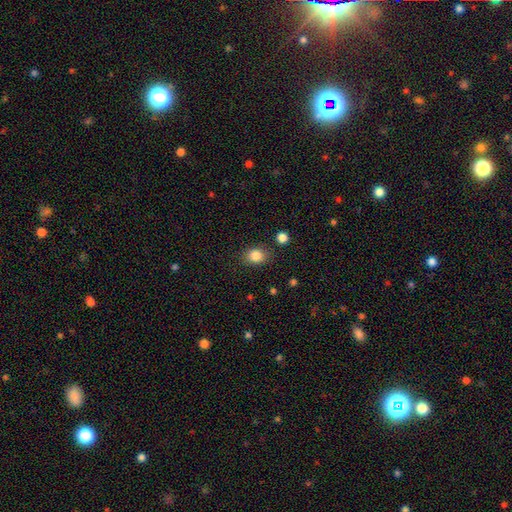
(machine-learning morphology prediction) Overall: smooth (85%). How rounded: in between (52%; round 47%). Merging: none (82%).